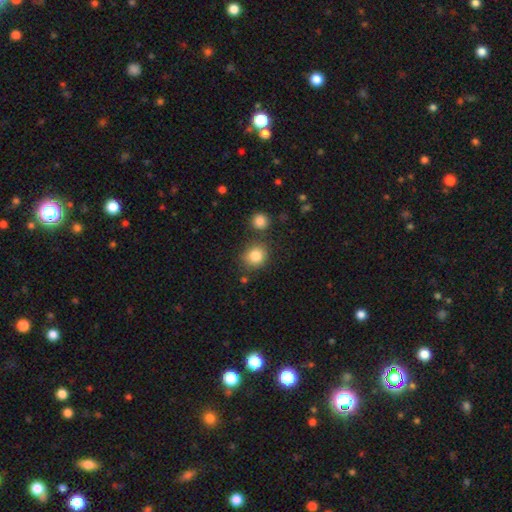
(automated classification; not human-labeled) Smooth or featured: smooth — 84% (star or artifact — 10%)
How rounded: round — 78% (in between — 21%)
Merging: none — 76% (minor disturbance — 12%)